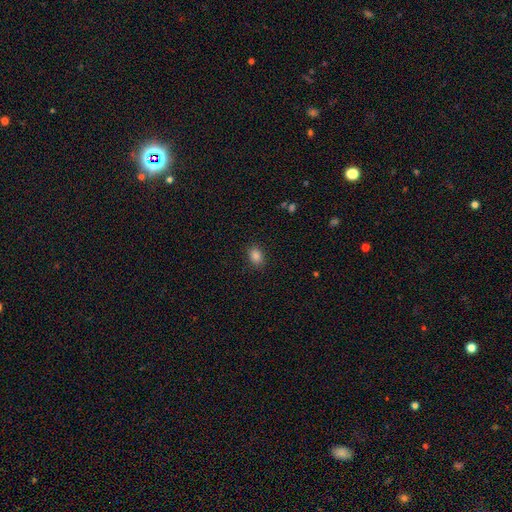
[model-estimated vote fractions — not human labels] smooth_or_featured: smooth (p=0.85) [alt: star or artifact p=0.11]
how_rounded: in between (p=0.71) [alt: round p=0.27]
merging: none (p=0.88) [alt: minor disturbance p=0.09]